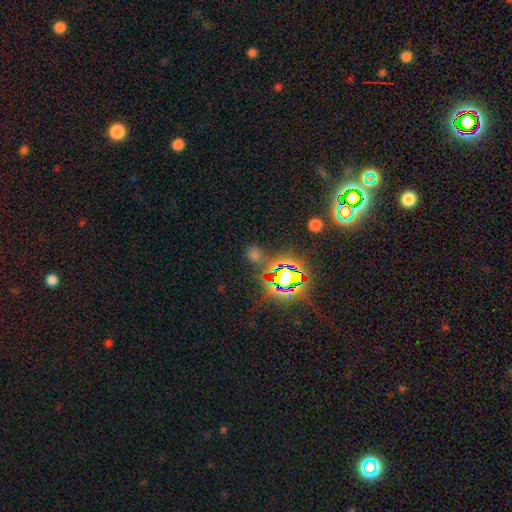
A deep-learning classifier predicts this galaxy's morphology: A star or artifact, not a galaxy (64%).

Vote fractions:
- Smooth or featured? star or artifact: 64% / smooth: 29% / featured or disk: 8%